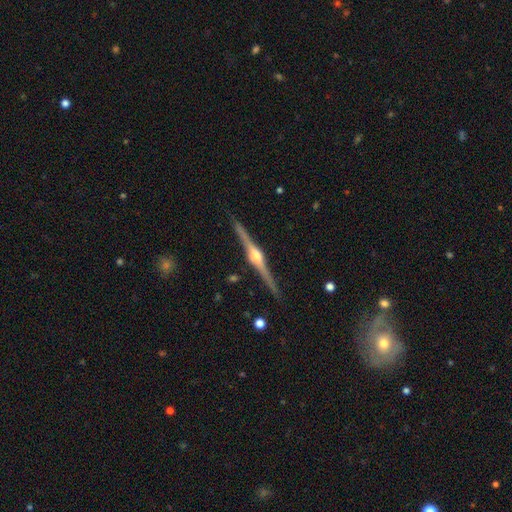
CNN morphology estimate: This appears to be a featured or disk galaxy (89%) viewed edge-on (99%) with a rounded central bulge (94%). Merging: none (91%).